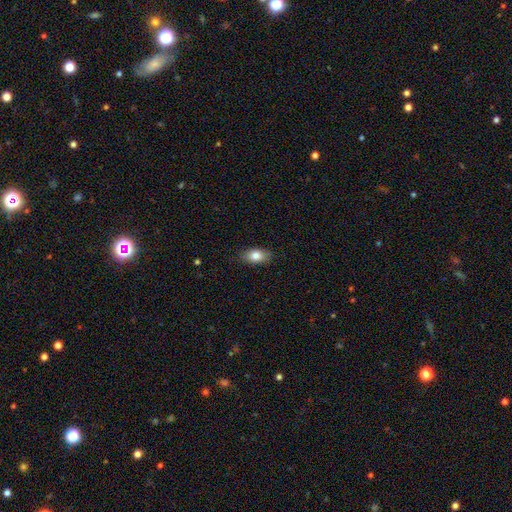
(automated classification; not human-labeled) The model was most divided on "smooth or featured": smooth: 82%, featured or disk: 11%, star or artifact: 7%. More confident: how rounded — in between (88%); merging — none (84%).